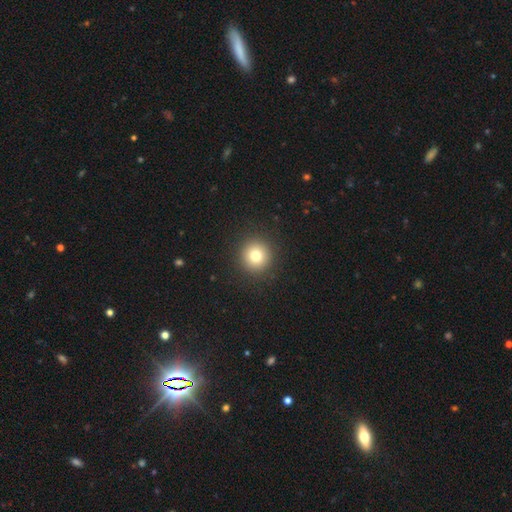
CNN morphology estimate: Smooth or featured? Predicted: smooth (p=0.79). How rounded? Predicted: round (p=0.95). Merging? Predicted: none (p=0.92).